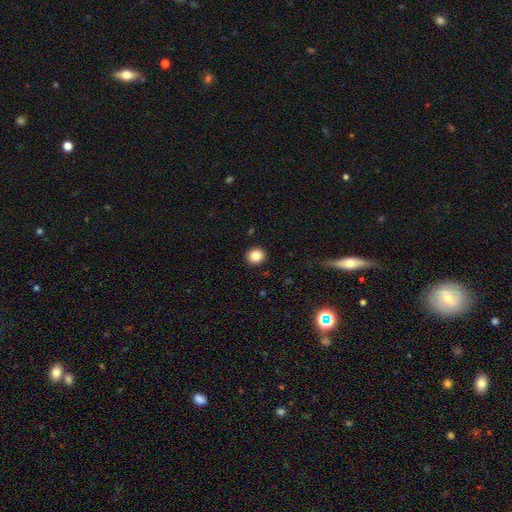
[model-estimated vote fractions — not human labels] A smooth galaxy with no disk features (85%) that is round (82%).

Vote fractions:
- Smooth or featured? smooth: 85% / star or artifact: 10% / featured or disk: 5%
- How rounded? round: 82% / in between: 17% / cigar-shaped: 1%
- Merging? none: 92% / minor disturbance: 5% / major disturbance: 2% / merger: 1%